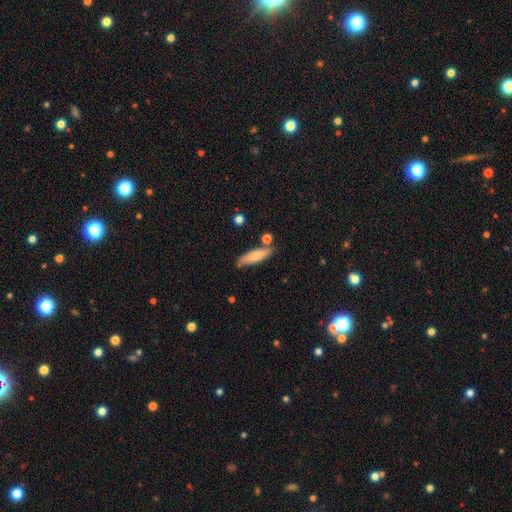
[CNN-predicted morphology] Smooth or featured: smooth — 75% (featured or disk — 19%)
How rounded: cigar-shaped — 63% (in between — 35%)
Merging: none — 76% (minor disturbance — 14%)